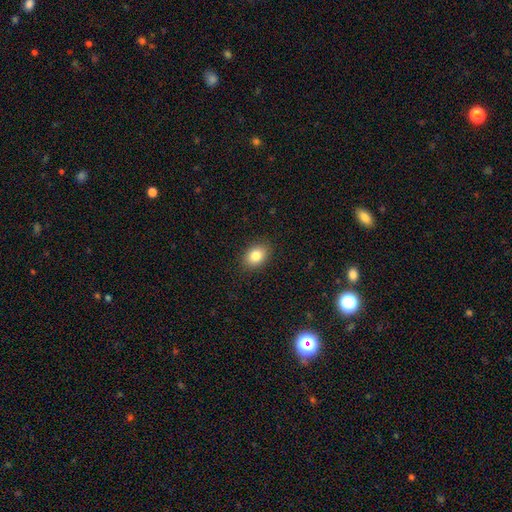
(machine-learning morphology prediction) A smooth galaxy with no disk features (83%) that is in between round and cigar-shaped (73%). Merging: none (89%).